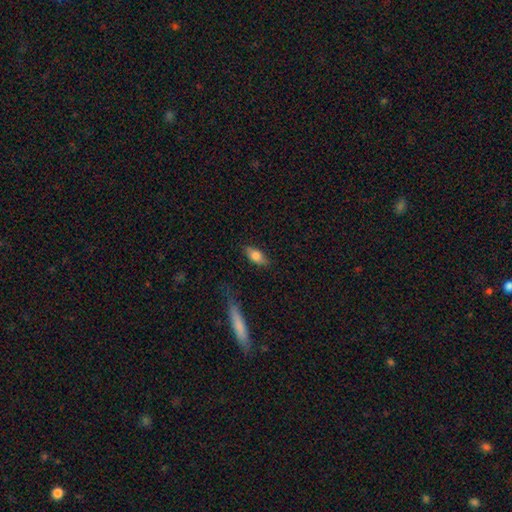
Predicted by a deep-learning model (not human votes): Overall: smooth (74%). How rounded: in between (81%). Merging: none (79%).